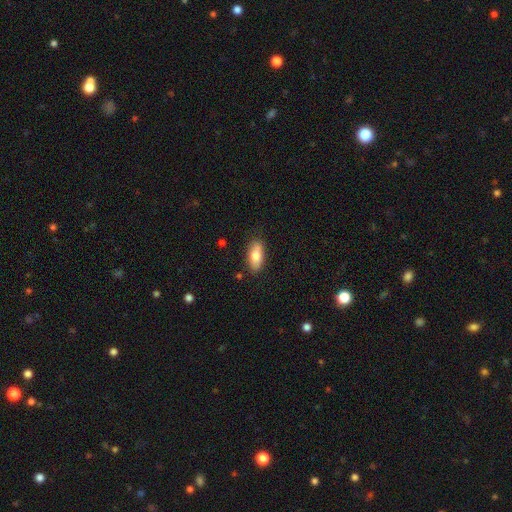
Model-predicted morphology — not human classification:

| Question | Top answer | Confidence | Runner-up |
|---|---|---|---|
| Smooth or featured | smooth | 80% | featured or disk (14%) |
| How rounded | in between | 85% | cigar-shaped (13%) |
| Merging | none | 83% | minor disturbance (13%) |